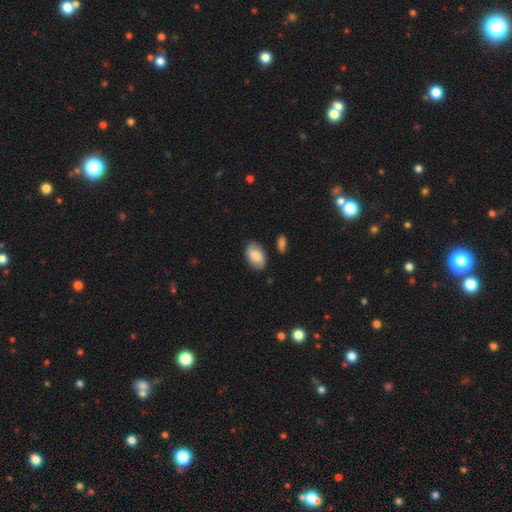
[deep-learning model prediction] A smooth galaxy with no disk features (75%) that is in between round and cigar-shaped (93%). Merging: none (82%).